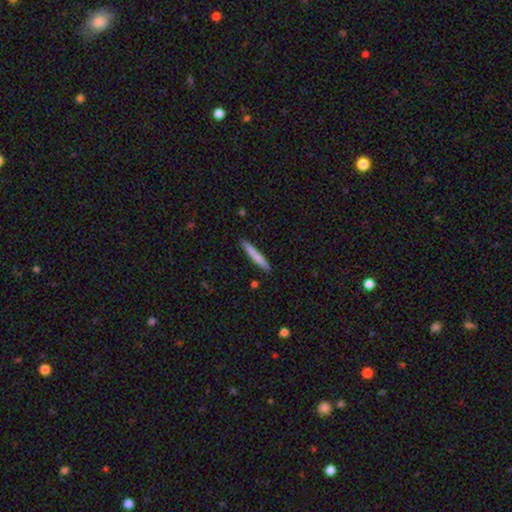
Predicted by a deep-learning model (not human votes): Smooth or featured? Predicted: smooth (p=0.73). How rounded? Predicted: cigar-shaped (p=0.96). Merging? Predicted: none (p=0.90).